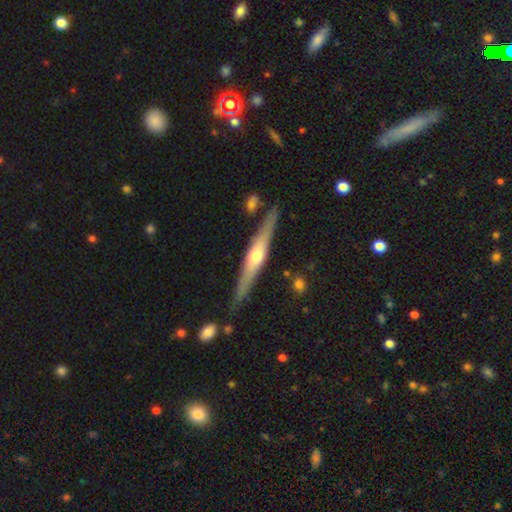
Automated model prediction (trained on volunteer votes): Smooth or featured: featured or disk — 70% (smooth — 25%)
Edge-on disk: yes — 96% (no — 4%)
Edge-on bulge: rounded — 84% (boxy — 8%)
Merging: none — 84% (minor disturbance — 11%)